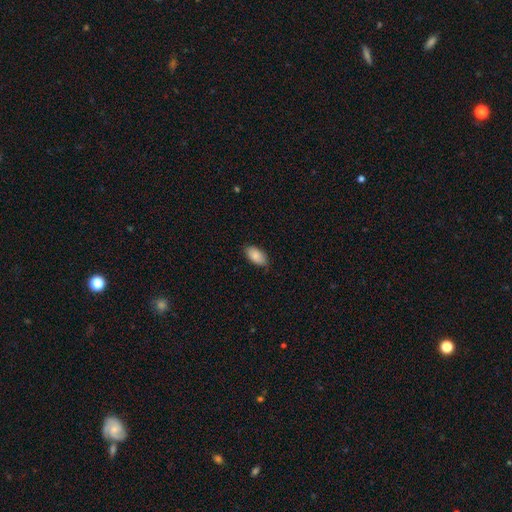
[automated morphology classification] Smooth or featured? Predicted: smooth (p=0.87). How rounded? Predicted: in between (p=0.94). Merging? Predicted: none (p=0.82).